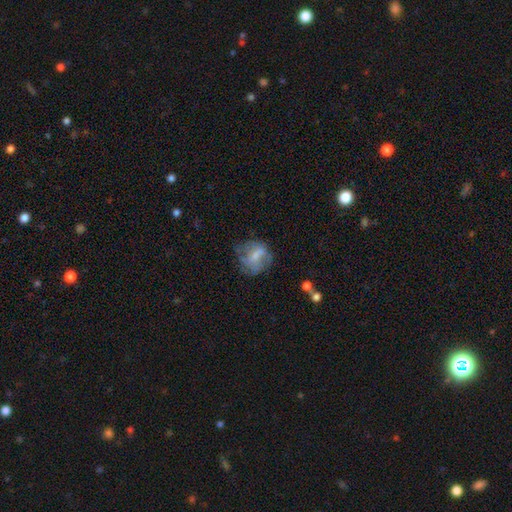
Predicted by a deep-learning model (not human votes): smooth 48%, featured or disk 42%, star or artifact 10%. Down the decision tree: merging — none (47%).